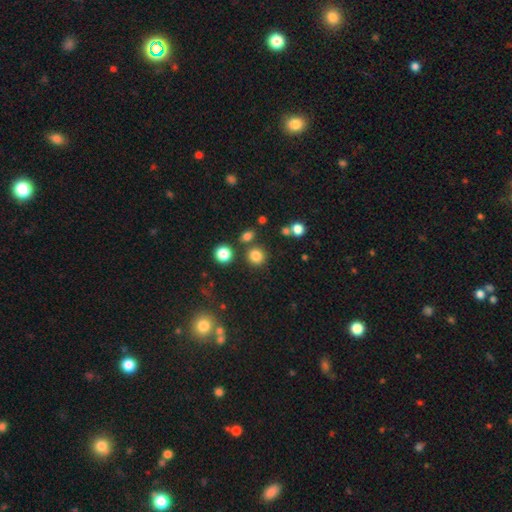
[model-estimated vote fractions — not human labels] Smooth or featured? Predicted: smooth (p=0.81). How rounded? Predicted: round (p=0.88). Merging? Predicted: none (p=0.80).